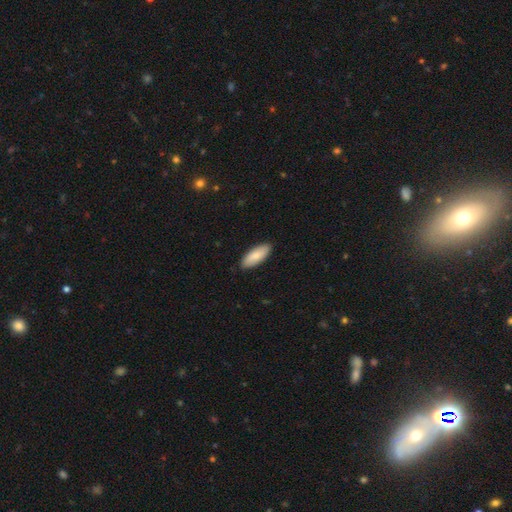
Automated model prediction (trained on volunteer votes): Smooth or featured? smooth (83%)
How rounded? in between (80%)
Merging? none (89%)